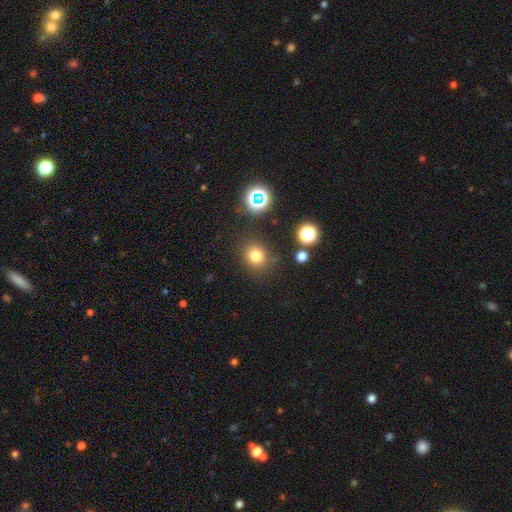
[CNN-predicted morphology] A smooth galaxy with no disk features (76%) that is round (82%).

Vote fractions:
- Smooth or featured? smooth: 76% / star or artifact: 17% / featured or disk: 6%
- How rounded? round: 82% / in between: 17% / cigar-shaped: 1%
- Merging? none: 82% / minor disturbance: 10% / major disturbance: 4% / merger: 4%